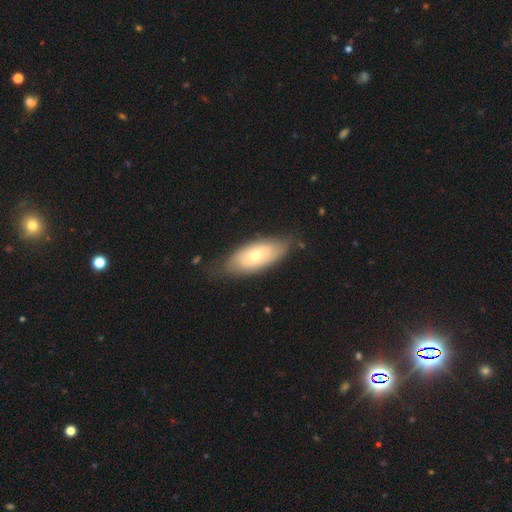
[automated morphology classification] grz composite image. It shows a smooth galaxy with no disk features (63%) that is in between round and cigar-shaped (87%). Merging: none (71%).